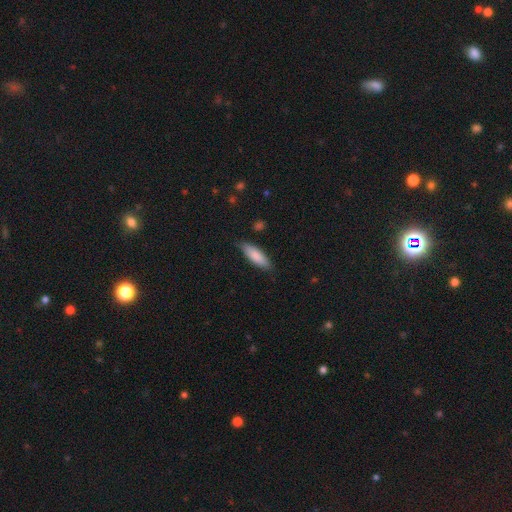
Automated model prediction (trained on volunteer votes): The model was most divided on "how rounded": in between: 51%, cigar-shaped: 47%, round: 1%. More confident: smooth or featured — smooth (85%); merging — none (82%).